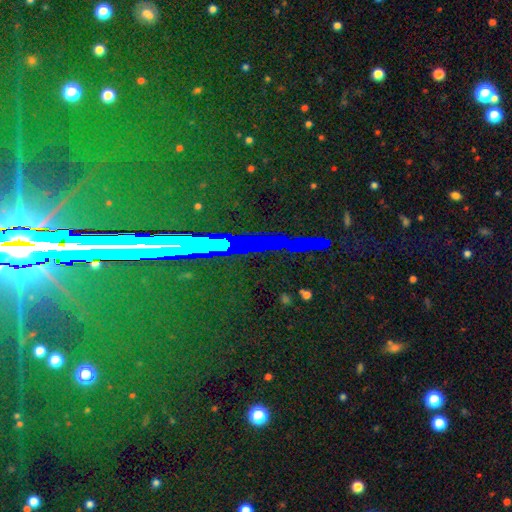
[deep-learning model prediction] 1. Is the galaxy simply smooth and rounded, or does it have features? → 80% star or artifact, 12% featured or disk, 9% smooth.